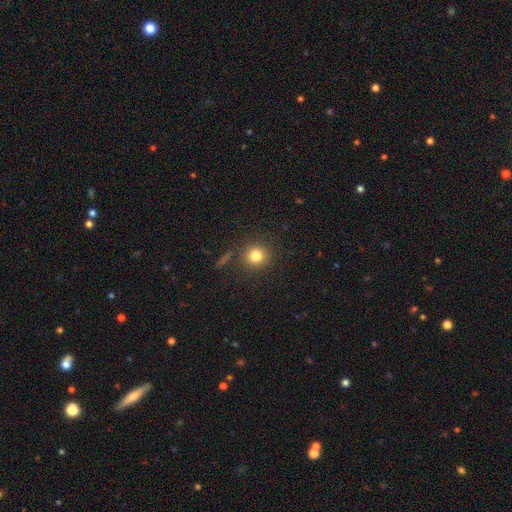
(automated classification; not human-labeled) A smooth galaxy with no disk features (81%) that is round (91%).

Vote fractions:
- Smooth or featured? smooth: 81% / star or artifact: 12% / featured or disk: 7%
- How rounded? round: 91% / in between: 8% / cigar-shaped: 1%
- Merging? none: 87% / minor disturbance: 7% / major disturbance: 3% / merger: 3%